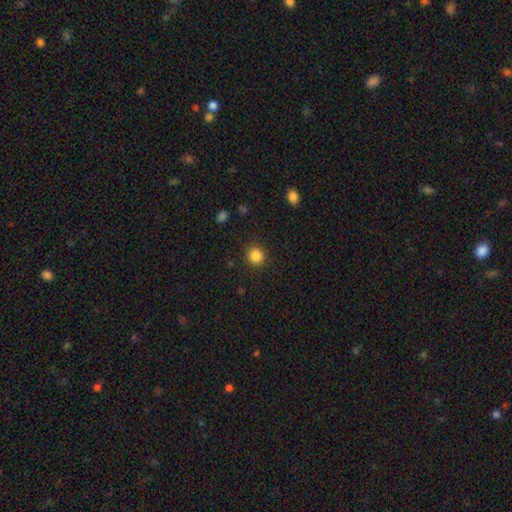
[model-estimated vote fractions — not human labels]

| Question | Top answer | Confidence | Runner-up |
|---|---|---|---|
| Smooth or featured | smooth | 85% | star or artifact (11%) |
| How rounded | round | 91% | in between (8%) |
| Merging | none | 91% | minor disturbance (6%) |